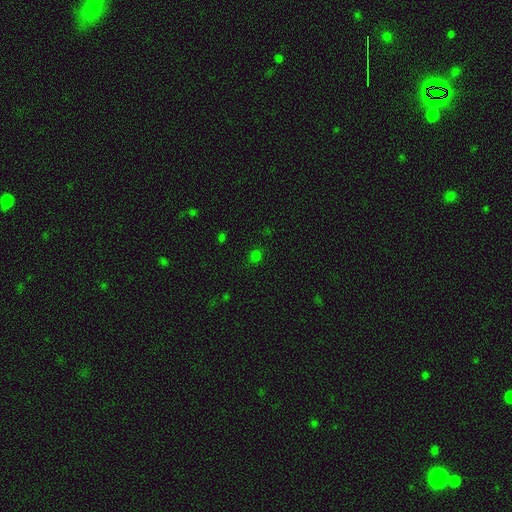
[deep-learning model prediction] Smooth or featured?
  - smooth: 70% *
  - star or artifact: 26%
  - featured or disk: 4%
How rounded?
  - round: 80% *
  - in between: 18%
  - cigar-shaped: 1%
Merging?
  - none: 85% *
  - minor disturbance: 10%
  - major disturbance: 3%
  - merger: 2%